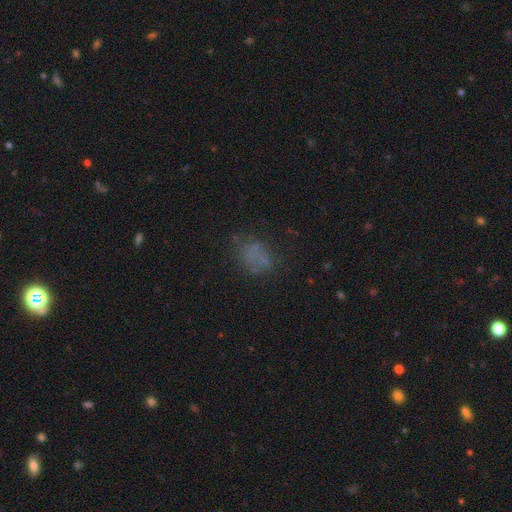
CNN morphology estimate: Smooth or featured: smooth — 57% (featured or disk — 22%)
How rounded: in between — 65% (round — 33%)
Merging: none — 60% (minor disturbance — 20%)